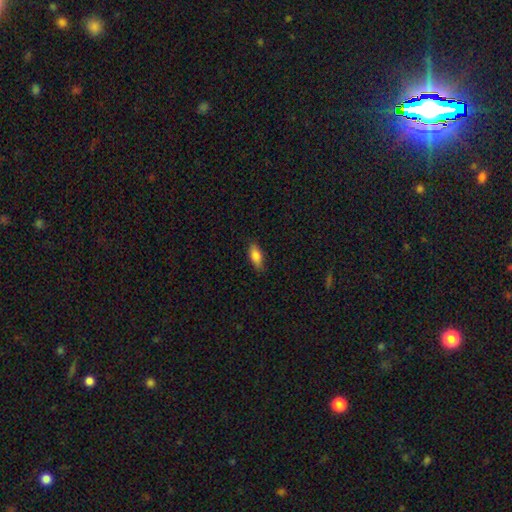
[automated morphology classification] Q: Smooth or featured?
A: smooth (82%); runner-up: featured or disk (11%)
Q: How rounded?
A: in between (76%); runner-up: cigar-shaped (22%)
Q: Merging?
A: none (83%); runner-up: minor disturbance (13%)